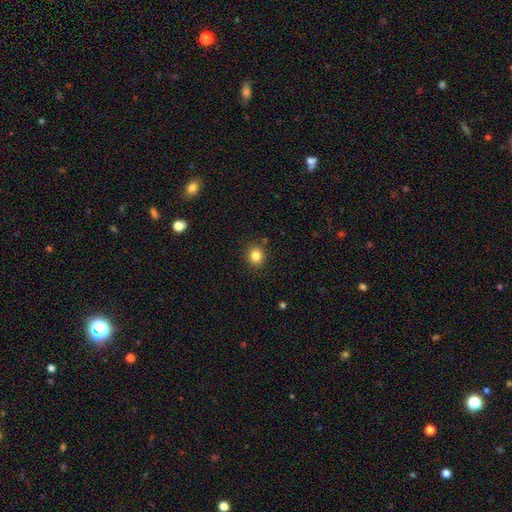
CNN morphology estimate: smooth 82%, star or artifact 12%, featured or disk 6%. Down the decision tree: how rounded — round (84%); merging — none (88%).